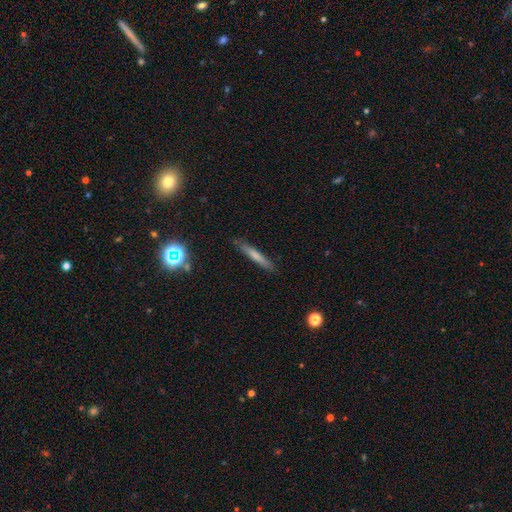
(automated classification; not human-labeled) smooth 66%, featured or disk 26%, star or artifact 8%. Down the decision tree: how rounded — cigar-shaped (94%); merging — none (85%).